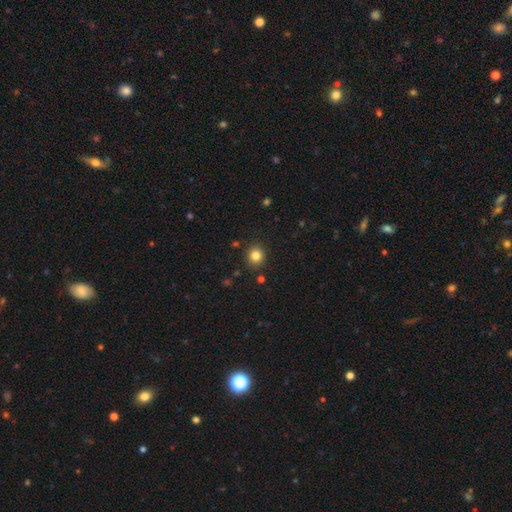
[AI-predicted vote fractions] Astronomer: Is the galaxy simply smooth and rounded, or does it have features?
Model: smooth — 83%.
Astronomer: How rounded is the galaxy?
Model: round — 88%.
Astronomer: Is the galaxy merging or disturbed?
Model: none — 89%.